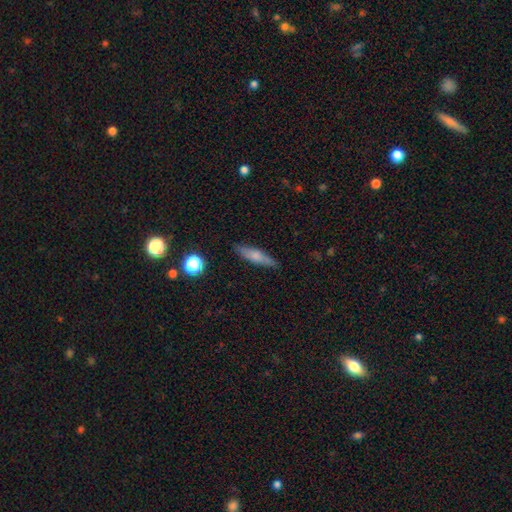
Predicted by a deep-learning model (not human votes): smooth_or_featured: smooth (p=0.58) [alt: featured or disk p=0.34]
how_rounded: cigar-shaped (p=0.76) [alt: in between p=0.21]
merging: none (p=0.85) [alt: minor disturbance p=0.11]